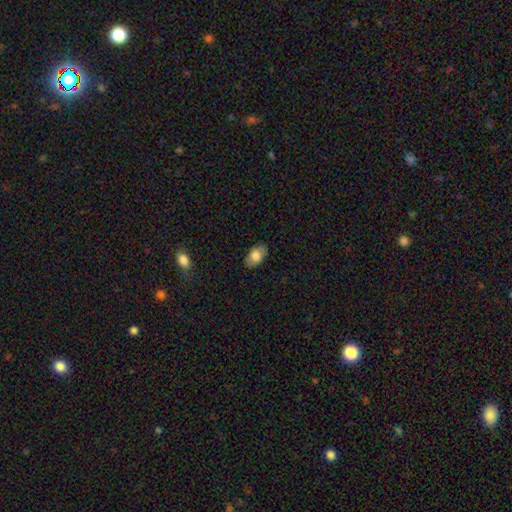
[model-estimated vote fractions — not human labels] A smooth galaxy with no disk features (77%) that is in between round and cigar-shaped (92%). Merging: none (86%).